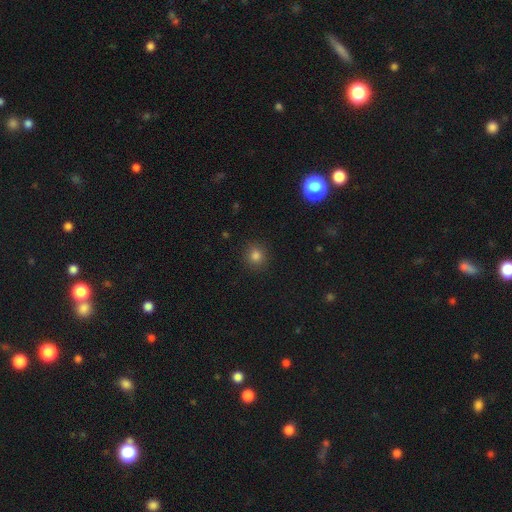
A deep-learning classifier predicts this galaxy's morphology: smooth_or_featured: smooth (p=0.82) [alt: star or artifact p=0.14]
how_rounded: round (p=0.88) [alt: in between p=0.11]
merging: none (p=0.90) [alt: minor disturbance p=0.07]